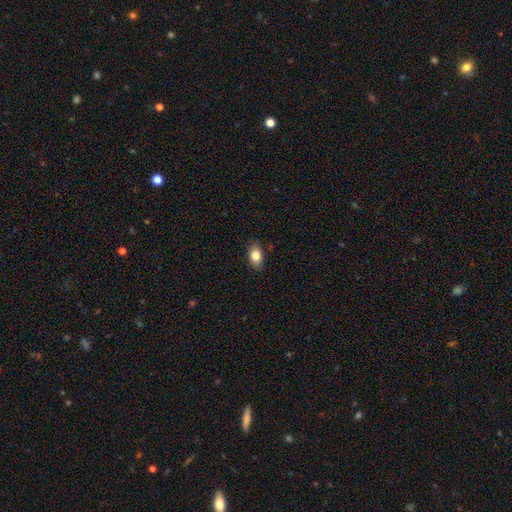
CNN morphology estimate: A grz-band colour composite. It shows a smooth galaxy with no disk features (83%) that is in between round and cigar-shaped (87%). Merging: none (86%).